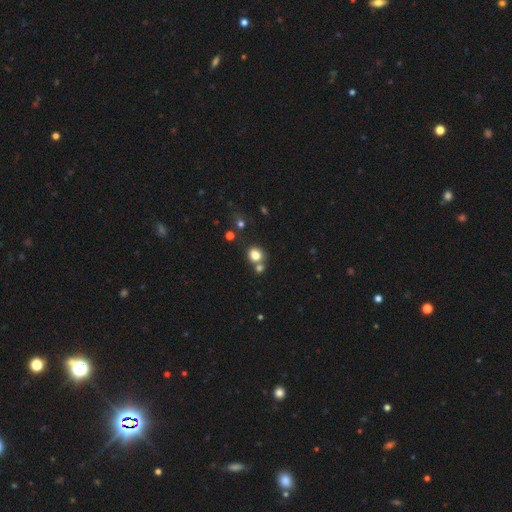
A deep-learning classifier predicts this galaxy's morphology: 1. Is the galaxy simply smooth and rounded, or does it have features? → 80% smooth, 13% star or artifact, 8% featured or disk.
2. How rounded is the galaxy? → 66% round, 33% in between, 1% cigar-shaped.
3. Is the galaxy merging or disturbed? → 55% none, 30% merger, 11% minor disturbance, 4% major disturbance.